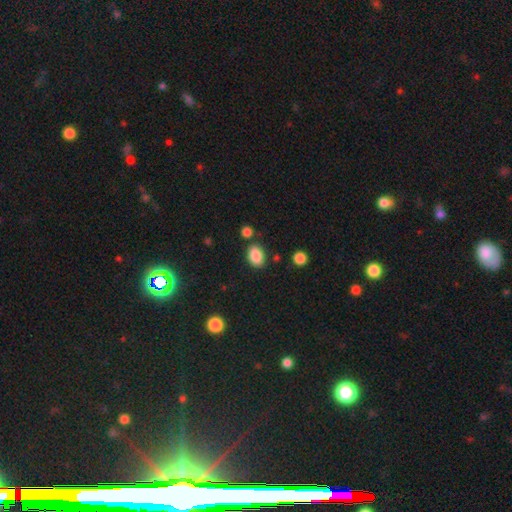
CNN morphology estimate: Smooth or featured? Predicted: smooth (p=0.87). How rounded? Predicted: in between (p=0.81). Merging? Predicted: none (p=0.80).